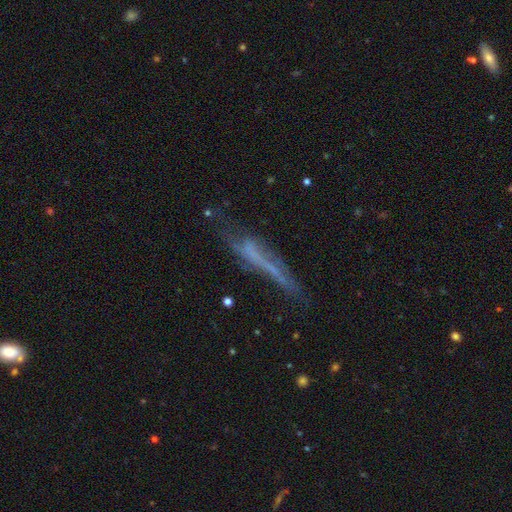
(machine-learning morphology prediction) Smooth or featured? featured or disk (53%)
Edge-on disk? yes (66%)
Merging? none (46%)